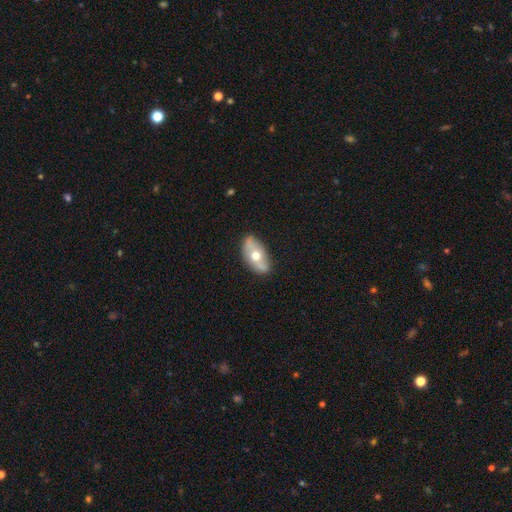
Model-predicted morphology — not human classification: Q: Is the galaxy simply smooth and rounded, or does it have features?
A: smooth — 47%, tied with featured or disk.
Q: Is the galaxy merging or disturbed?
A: none — 76%.